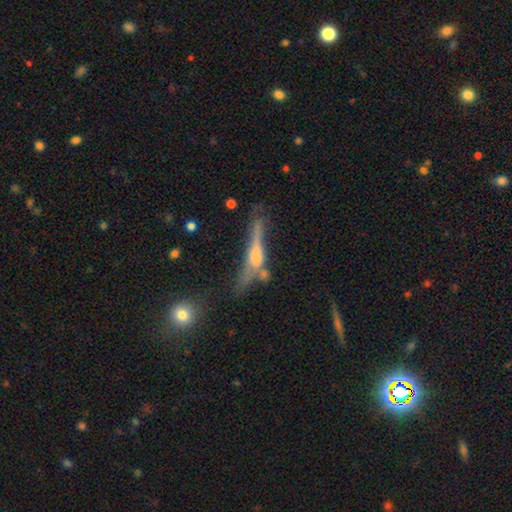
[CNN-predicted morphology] smooth-or-featured: featured or disk: 60% | smooth: 31% | star or artifact: 9%
  disk-edge-on: yes: 88% | no: 12%
    edge-on-bulge: rounded: 63% | boxy: 24% | none: 14%
  merging: none: 44% | minor disturbance: 22% | merger: 18% | major disturbance: 16%